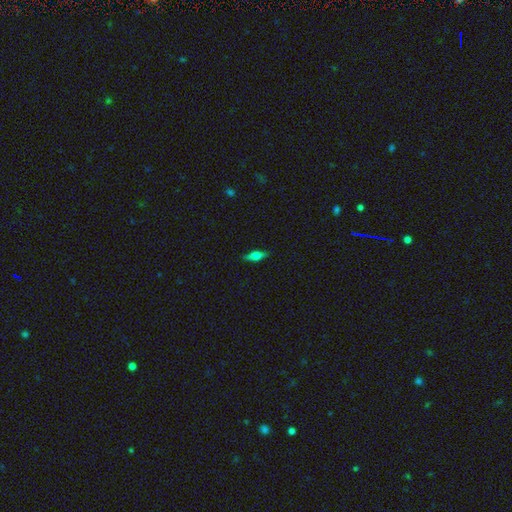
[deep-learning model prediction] Smooth or featured? smooth (56%)
How rounded? in between (60%)
Merging? none (87%)